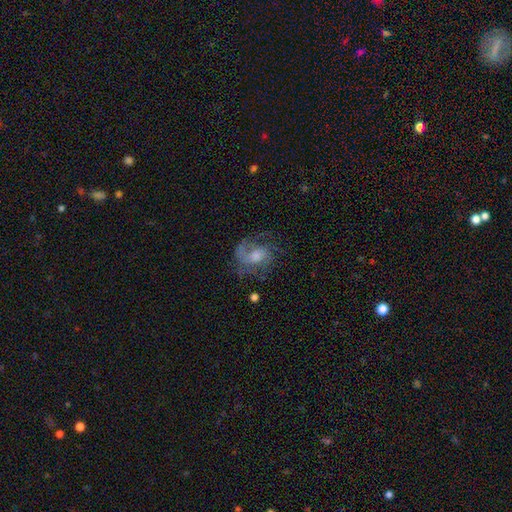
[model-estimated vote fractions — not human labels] smooth_or_featured: featured or disk (p=0.73) [alt: smooth p=0.18]
disk_edge_on: no (p=0.97) [alt: yes p=0.03]
bar: no (p=0.61) [alt: weak p=0.33]
has_spiral_arms: yes (p=0.90) [alt: no p=0.10]
spiral_winding: medium (p=0.46) [alt: tight p=0.30]
spiral_arm_count: 2 (p=0.41) [alt: 1 p=0.20]
bulge_size: moderate (p=0.53) [alt: small p=0.24]
merging: none (p=0.60) [alt: minor disturbance p=0.19]